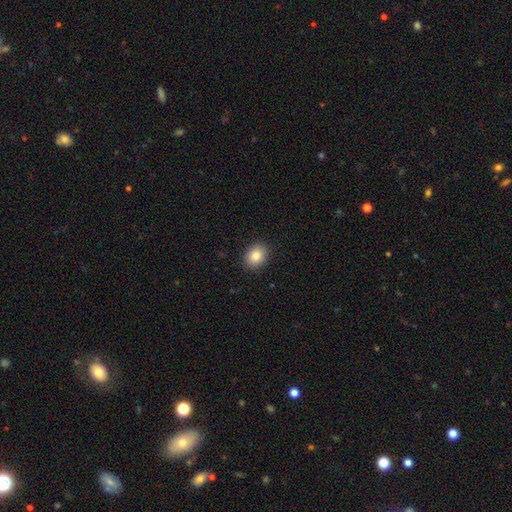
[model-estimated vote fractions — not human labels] Overall: smooth (86%). How rounded: in between (60%; round 39%). Merging: none (90%).